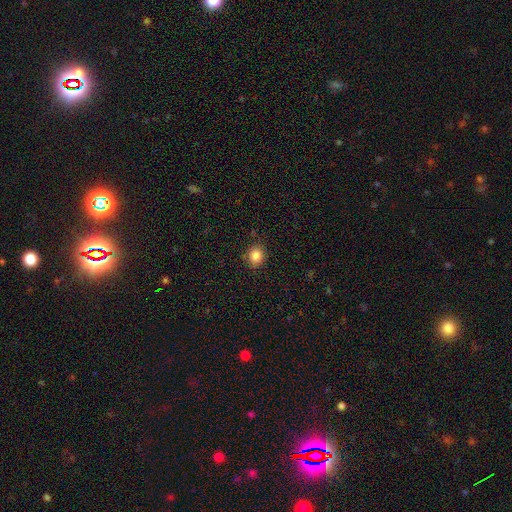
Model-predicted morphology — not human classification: Smooth or featured? Predicted: smooth (p=0.84). How rounded? Predicted: round (p=0.75). Merging? Predicted: none (p=0.87).